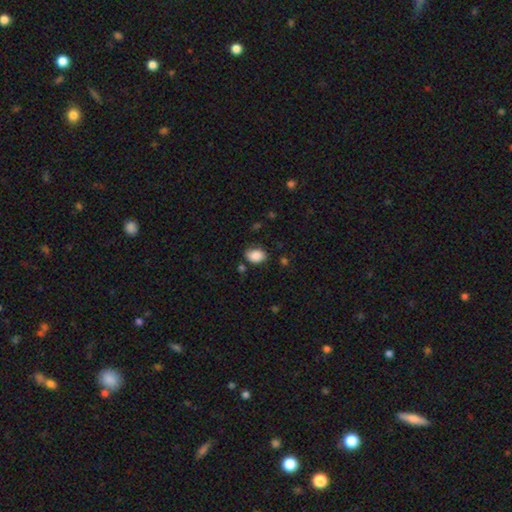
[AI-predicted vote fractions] Morphology: type=smooth (87%); roundness=in between (78%); merging=none (74%).